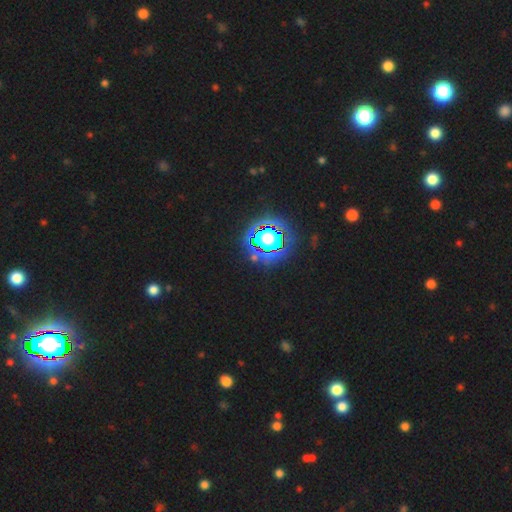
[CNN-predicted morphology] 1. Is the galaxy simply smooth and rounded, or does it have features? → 74% star or artifact, 16% smooth, 9% featured or disk.